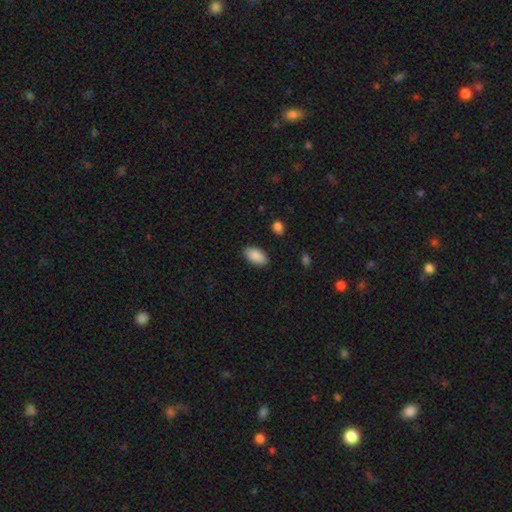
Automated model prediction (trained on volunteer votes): This appears to be a smooth galaxy with no disk features (89%) that is in between round and cigar-shaped (95%). Merging: none (86%).